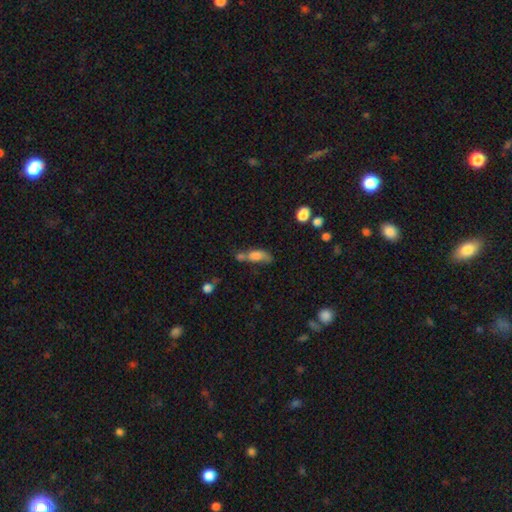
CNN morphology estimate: type=smooth (67%); roundness=in between (68%); merging=merger (35%).